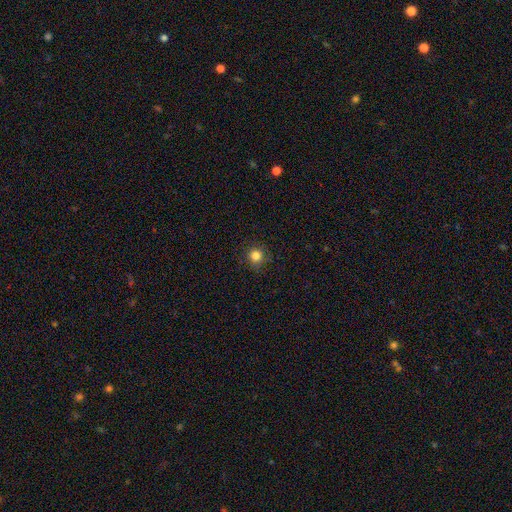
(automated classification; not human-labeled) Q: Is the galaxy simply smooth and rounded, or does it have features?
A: smooth — 83%.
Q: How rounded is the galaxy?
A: round — 94%.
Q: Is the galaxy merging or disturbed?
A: none — 89%.